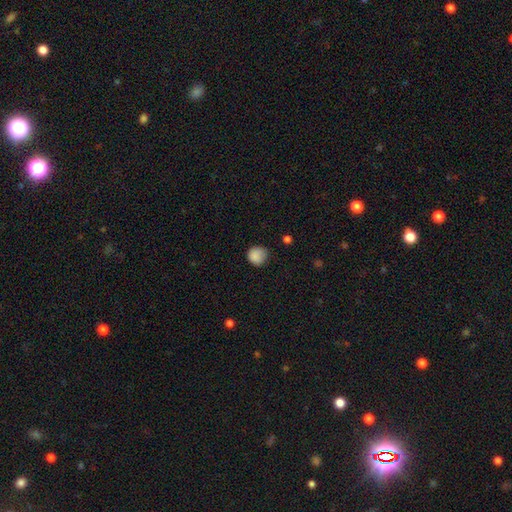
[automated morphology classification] This is clearly a smooth galaxy (87%). How rounded: clearly round (86%). Merging: likely none (66%).